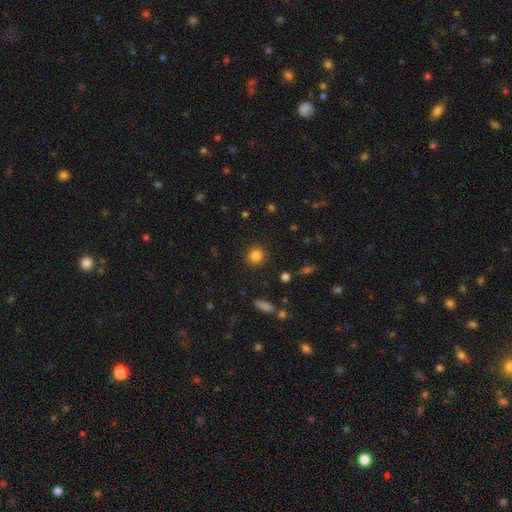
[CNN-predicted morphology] Smooth or featured? Predicted: smooth (p=0.84). How rounded? Predicted: round (p=0.91). Merging? Predicted: none (p=0.89).